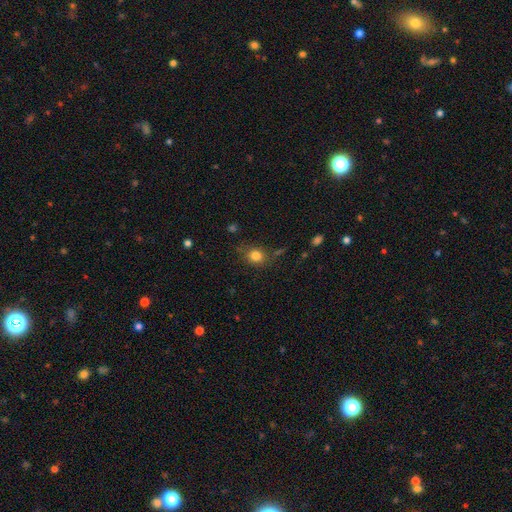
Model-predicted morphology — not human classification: The model was most divided on "how rounded": round: 63%, in between: 36%, cigar-shaped: 1%. More confident: smooth or featured — smooth (81%); merging — none (75%).